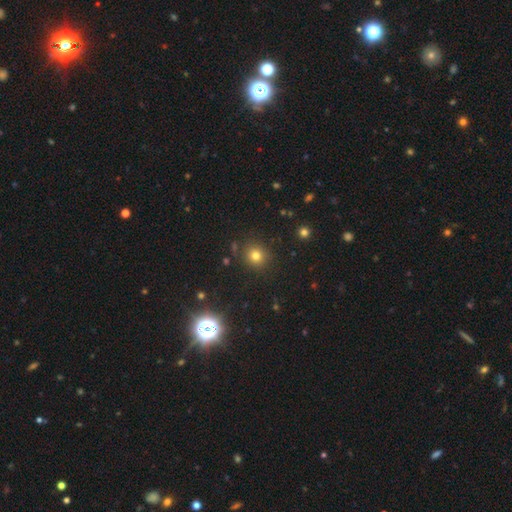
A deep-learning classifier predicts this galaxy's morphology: type=smooth (74%); roundness=round (88%); merging=none (87%).